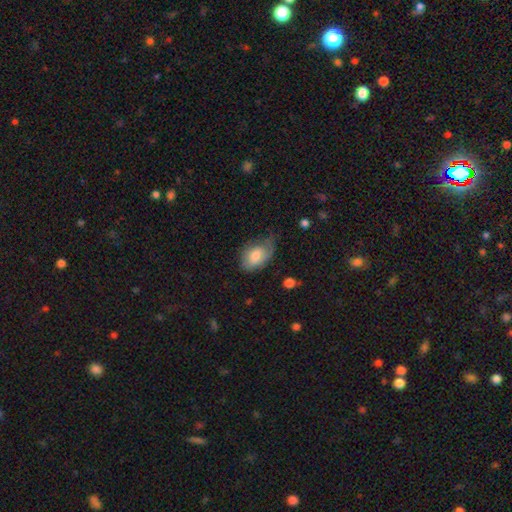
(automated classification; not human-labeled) Morphology: type=smooth (68%); roundness=in between (89%); merging=none (42%).